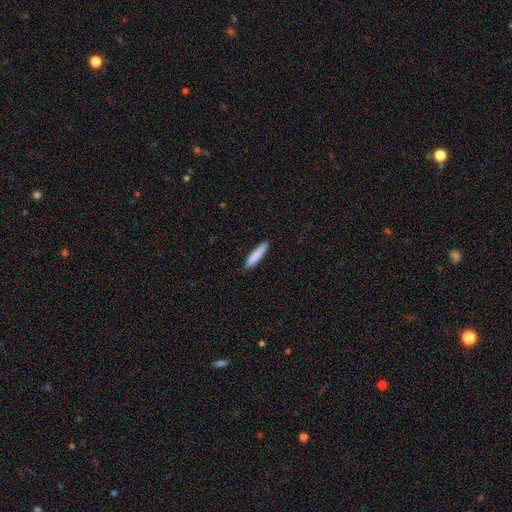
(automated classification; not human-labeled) Smooth or featured: smooth — 86% (featured or disk — 9%)
How rounded: cigar-shaped — 86% (in between — 13%)
Merging: none — 89% (minor disturbance — 9%)